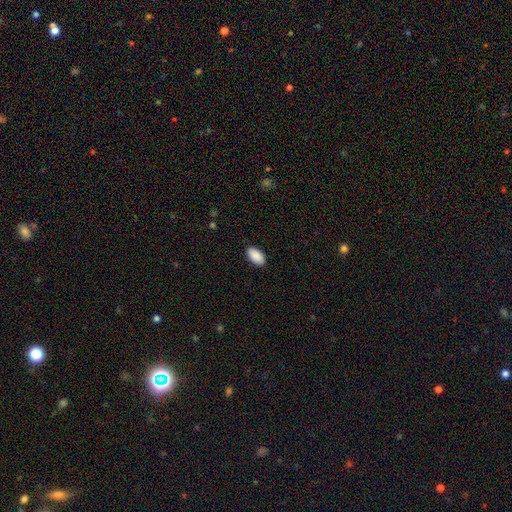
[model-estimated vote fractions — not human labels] A smooth galaxy with no disk features (91%) that is in between round and cigar-shaped (95%). Merging: none (88%).